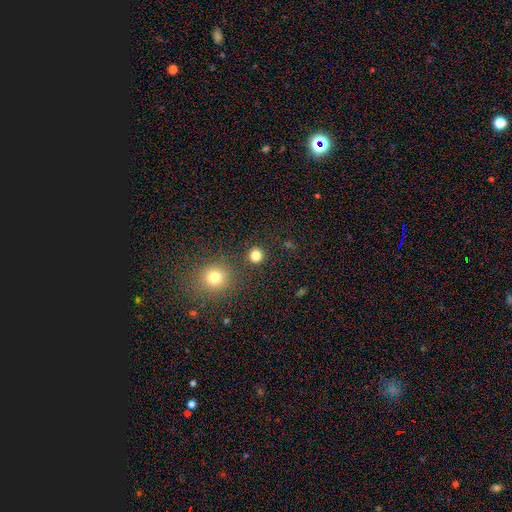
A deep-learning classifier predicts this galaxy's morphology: Smooth or featured: smooth — 81% (star or artifact — 15%)
How rounded: round — 94% (in between — 5%)
Merging: none — 89% (minor disturbance — 5%)